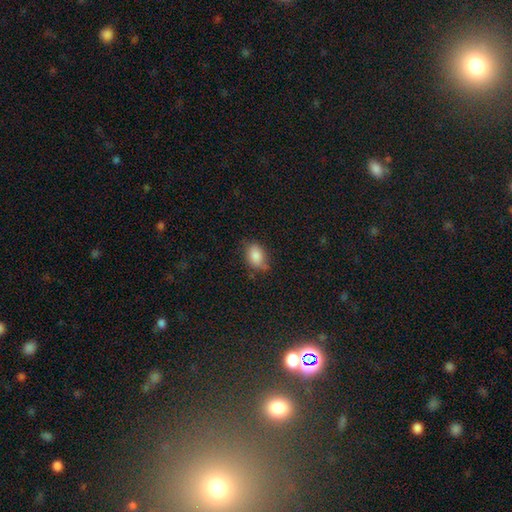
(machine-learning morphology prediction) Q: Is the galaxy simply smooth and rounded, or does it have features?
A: smooth — 84%.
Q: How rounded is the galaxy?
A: in between — 84%.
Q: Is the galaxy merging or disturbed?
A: none — 61%.